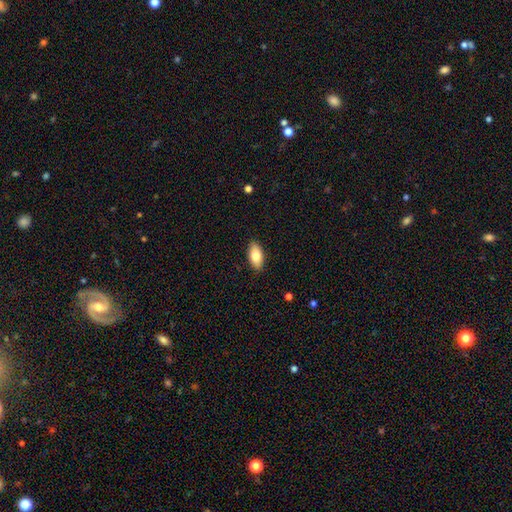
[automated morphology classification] Smooth or featured?
  - smooth: 81% *
  - featured or disk: 13%
  - star or artifact: 6%
How rounded?
  - in between: 90% *
  - cigar-shaped: 8%
  - round: 3%
Merging?
  - none: 89% *
  - minor disturbance: 8%
  - major disturbance: 2%
  - merger: 1%